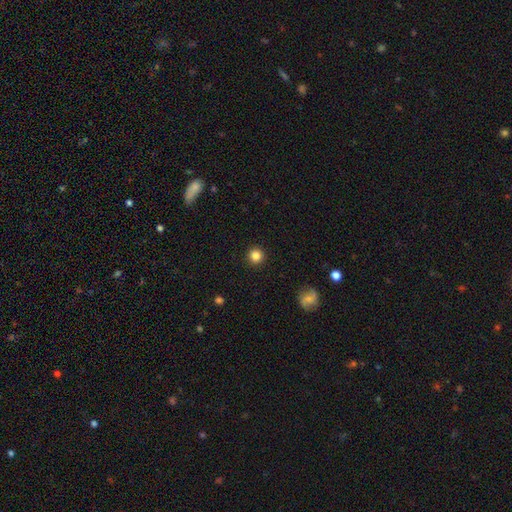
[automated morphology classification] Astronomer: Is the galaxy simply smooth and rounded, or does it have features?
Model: smooth — 85%.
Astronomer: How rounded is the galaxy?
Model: round — 95%.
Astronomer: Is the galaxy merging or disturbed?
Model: none — 92%.